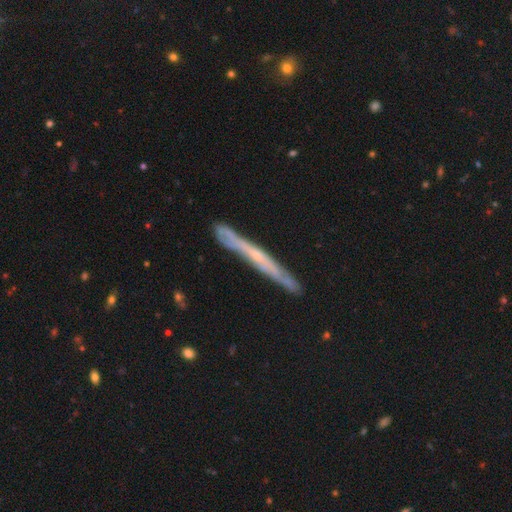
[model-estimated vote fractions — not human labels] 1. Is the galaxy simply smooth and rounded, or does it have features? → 68% featured or disk, 25% smooth, 7% star or artifact.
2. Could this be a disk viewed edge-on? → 92% yes, 8% no.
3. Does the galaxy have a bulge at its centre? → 62% none, 33% rounded, 5% boxy.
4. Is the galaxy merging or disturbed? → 84% none, 12% minor disturbance, 2% major disturbance, 2% merger.